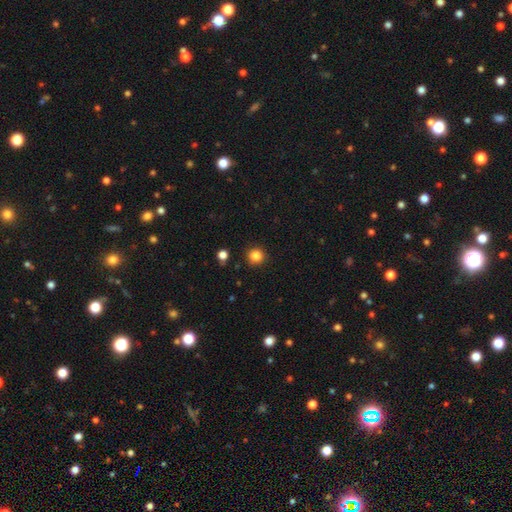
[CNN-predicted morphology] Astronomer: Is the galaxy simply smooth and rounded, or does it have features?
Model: smooth — 84%.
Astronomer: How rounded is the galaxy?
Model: round — 93%.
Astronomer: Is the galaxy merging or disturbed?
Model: none — 91%.